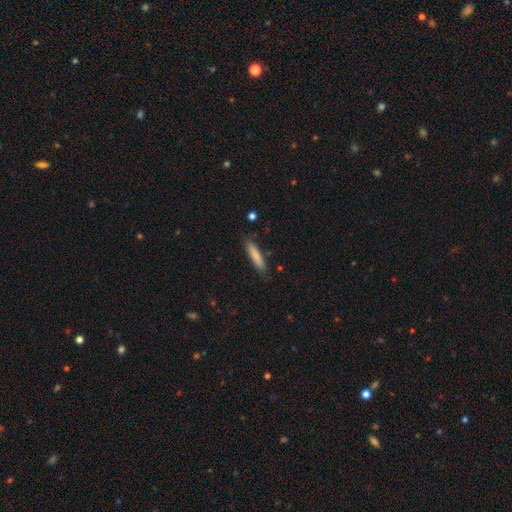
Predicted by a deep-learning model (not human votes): Smooth or featured? Predicted: smooth (p=0.80). How rounded? Predicted: cigar-shaped (p=0.86). Merging? Predicted: none (p=0.84).